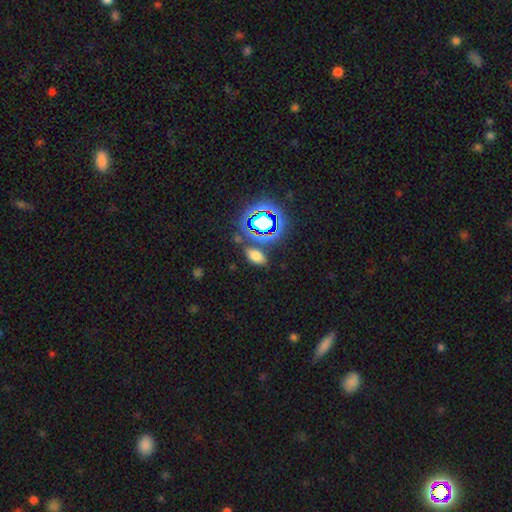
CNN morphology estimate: A smooth galaxy with no disk features (64%) that is in between round and cigar-shaped (88%).

Vote fractions:
- Smooth or featured? smooth: 64% / star or artifact: 27% / featured or disk: 9%
- How rounded? in between: 88% / round: 9% / cigar-shaped: 4%
- Merging? none: 79% / minor disturbance: 11% / merger: 6% / major disturbance: 4%